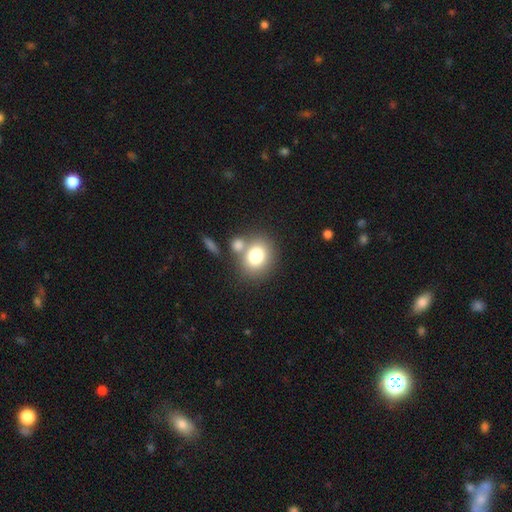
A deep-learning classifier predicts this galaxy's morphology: smooth-or-featured: smooth: 78% | featured or disk: 13% | star or artifact: 10%
  how-rounded: round: 64% | in between: 35% | cigar-shaped: 1%
  merging: none: 58% | merger: 27% | minor disturbance: 11% | major disturbance: 4%